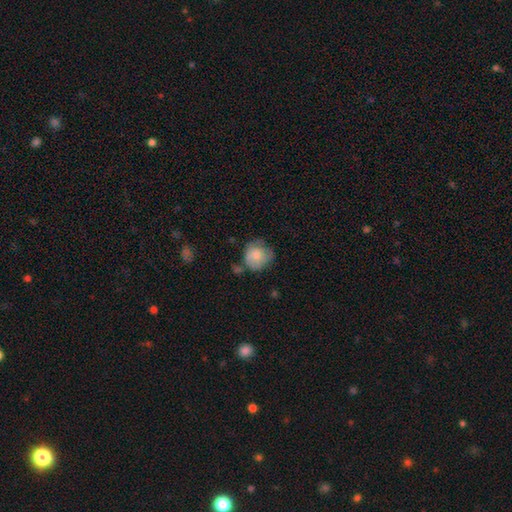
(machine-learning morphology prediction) Overall: smooth (77%). How rounded: round (79%). Merging: none (49%; minor disturbance 32%).